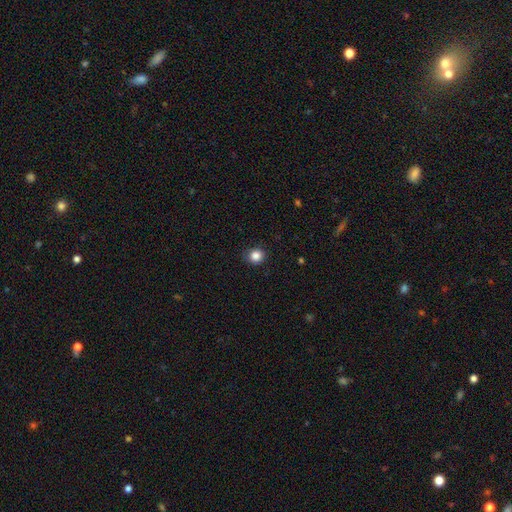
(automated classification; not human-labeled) Smooth or featured: smooth — 86% (star or artifact — 11%)
How rounded: round — 85% (in between — 14%)
Merging: none — 86% (minor disturbance — 10%)